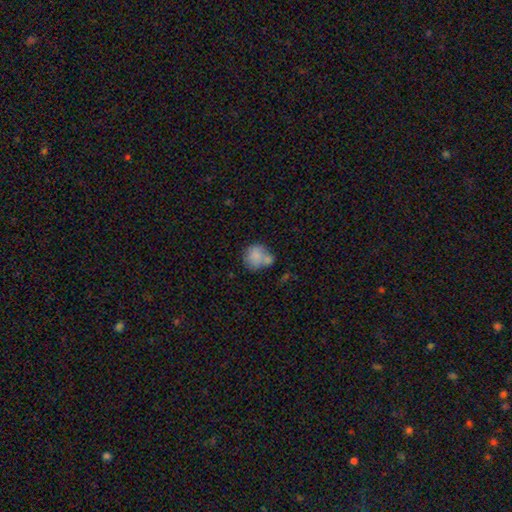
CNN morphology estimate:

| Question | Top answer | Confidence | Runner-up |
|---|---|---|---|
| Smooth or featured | smooth | 78% | featured or disk (14%) |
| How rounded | round | 78% | in between (21%) |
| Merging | none | 42% | merger (34%) |